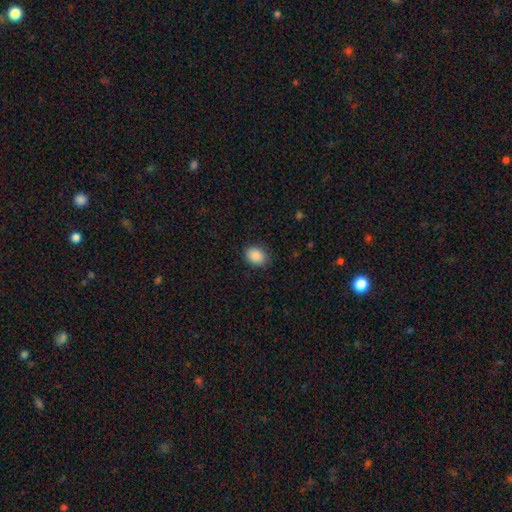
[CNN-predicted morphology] Smooth or featured? smooth (88%)
How rounded? in between (63%)
Merging? none (84%)